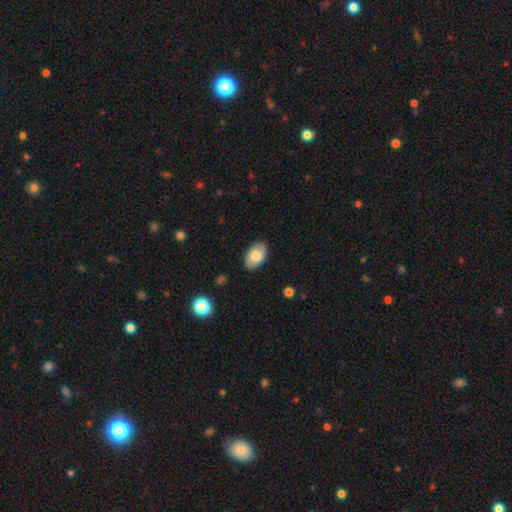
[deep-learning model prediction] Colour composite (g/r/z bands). It shows a smooth galaxy with no disk features (80%) that is in between round and cigar-shaped (93%). Merging: none (85%).